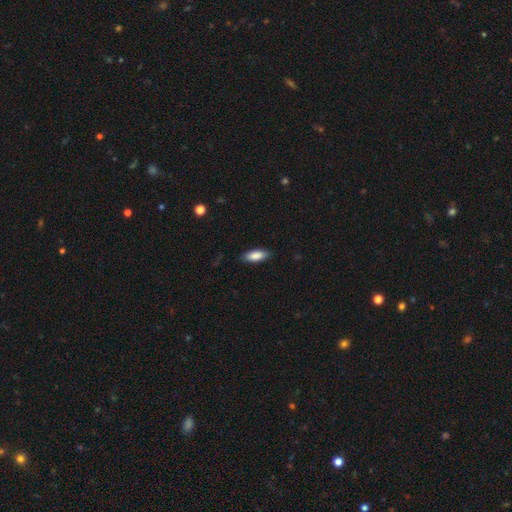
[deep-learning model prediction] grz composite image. It shows a smooth galaxy with no disk features (87%) that is in between round and cigar-shaped (76%). Merging: none (86%).